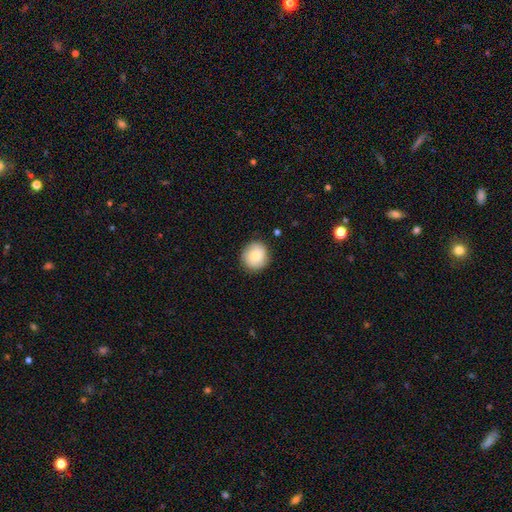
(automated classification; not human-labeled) Smooth or featured?
  - smooth: 76% *
  - featured or disk: 17%
  - star or artifact: 7%
How rounded?
  - round: 91% *
  - in between: 8%
  - cigar-shaped: 1%
Merging?
  - none: 88% *
  - minor disturbance: 9%
  - major disturbance: 2%
  - merger: 1%